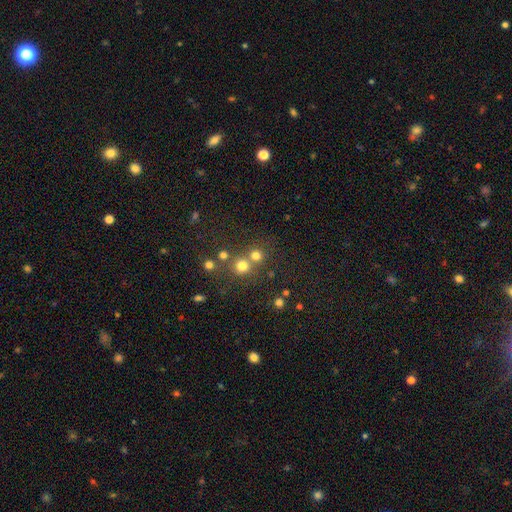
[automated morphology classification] Smooth or featured? smooth (73%)
How rounded? round (90%)
Merging? none (57%)